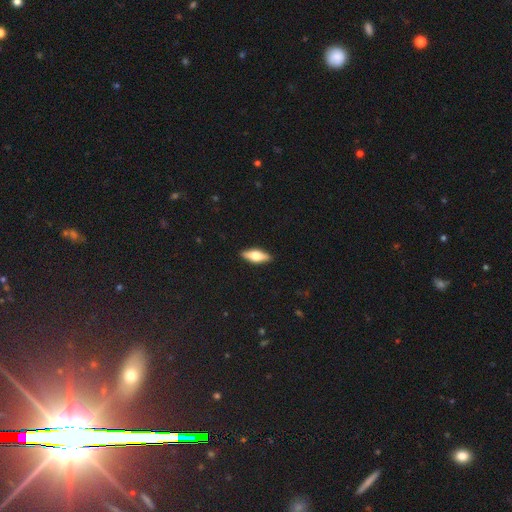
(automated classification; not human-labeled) smooth-or-featured: smooth: 47% (tied) | featured or disk: 47% (tied) | star or artifact: 6%
  merging: none: 90% | minor disturbance: 7% | major disturbance: 2% | merger: 1%